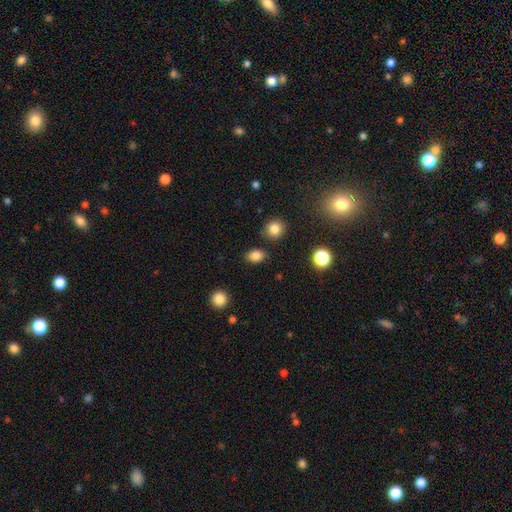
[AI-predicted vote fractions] Smooth or featured? smooth (84%)
How rounded? in between (72%)
Merging? none (83%)